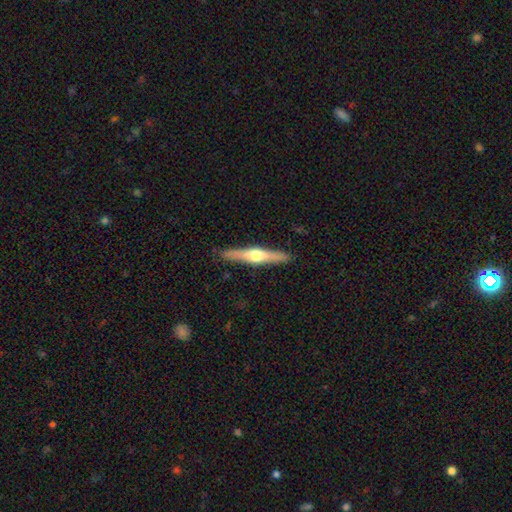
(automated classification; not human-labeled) This appears to be a featured or disk galaxy (66%) viewed edge-on (97%) with a rounded central bulge (93%). Merging: none (90%).